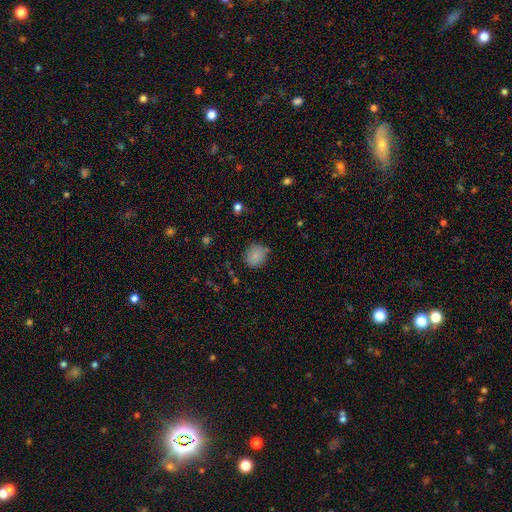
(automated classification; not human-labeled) Smooth or featured? smooth (83%)
How rounded? round (68%)
Merging? none (73%)